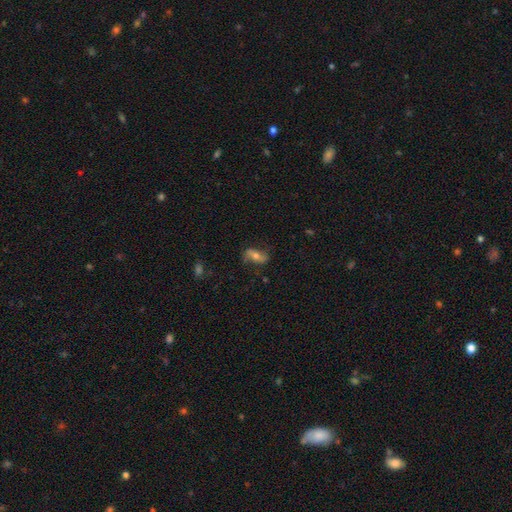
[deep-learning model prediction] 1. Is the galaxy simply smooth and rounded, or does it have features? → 56% featured or disk, 34% smooth, 9% star or artifact.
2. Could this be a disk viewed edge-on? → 88% no, 12% yes.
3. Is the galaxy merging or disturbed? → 73% none, 18% minor disturbance, 7% major disturbance, 2% merger.